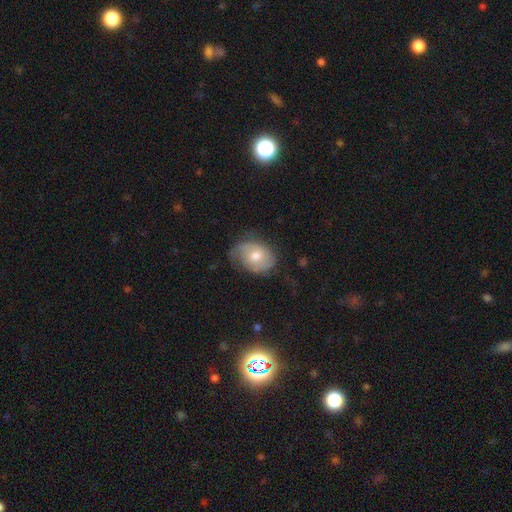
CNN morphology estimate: Q: Smooth or featured?
A: featured or disk (51%); runner-up: smooth (42%)
Q: Edge-on disk?
A: no (96%); runner-up: yes (4%)
Q: Merging?
A: none (57%); runner-up: minor disturbance (29%)